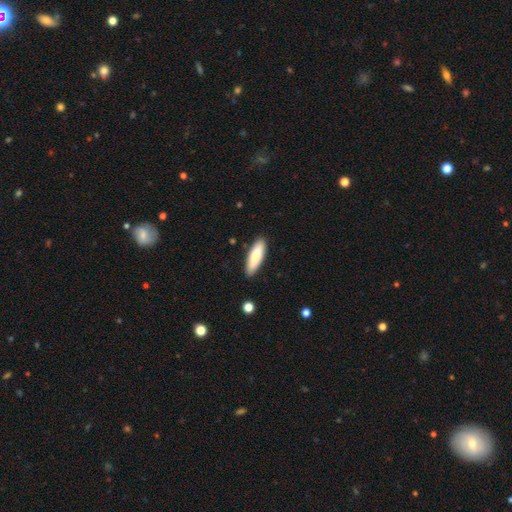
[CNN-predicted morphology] Overall: smooth (81%). How rounded: cigar-shaped (52%; in between 47%). Merging: none (87%).